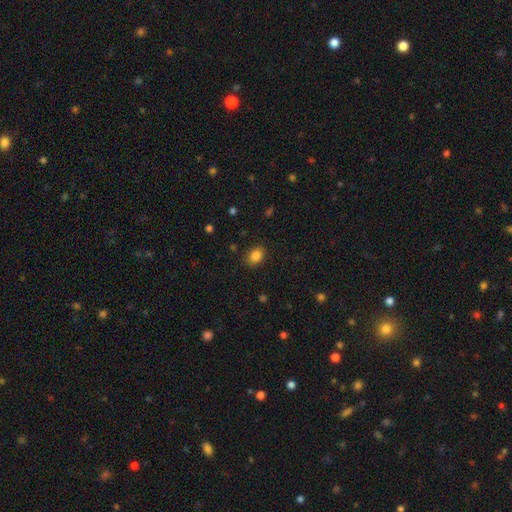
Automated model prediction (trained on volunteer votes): smooth-or-featured: smooth: 85% | star or artifact: 10% | featured or disk: 5%
  how-rounded: in between: 63% | round: 36% | cigar-shaped: 1%
  merging: none: 85% | minor disturbance: 11% | major disturbance: 3% | merger: 1%